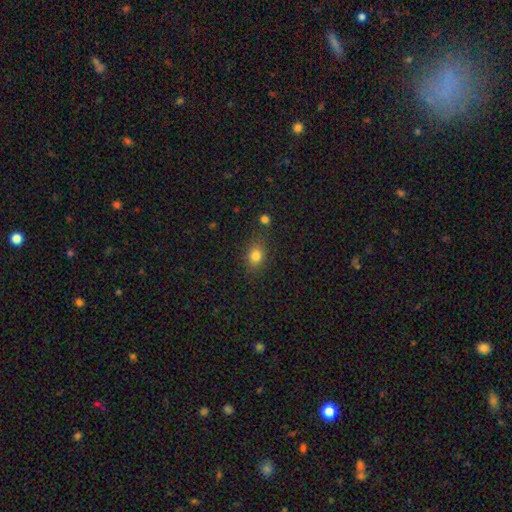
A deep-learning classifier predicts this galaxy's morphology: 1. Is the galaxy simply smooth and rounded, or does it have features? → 81% smooth, 12% star or artifact, 7% featured or disk.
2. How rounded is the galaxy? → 54% in between, 44% round, 2% cigar-shaped.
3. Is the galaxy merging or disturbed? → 78% none, 13% minor disturbance, 5% merger, 4% major disturbance.